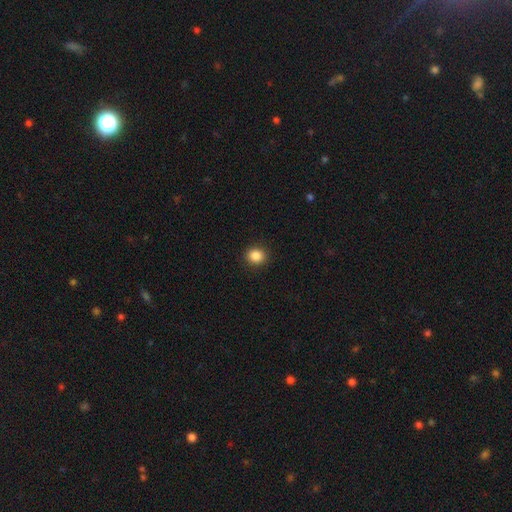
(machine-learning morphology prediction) Smooth or featured? Predicted: smooth (p=0.87). How rounded? Predicted: round (p=0.77). Merging? Predicted: none (p=0.91).